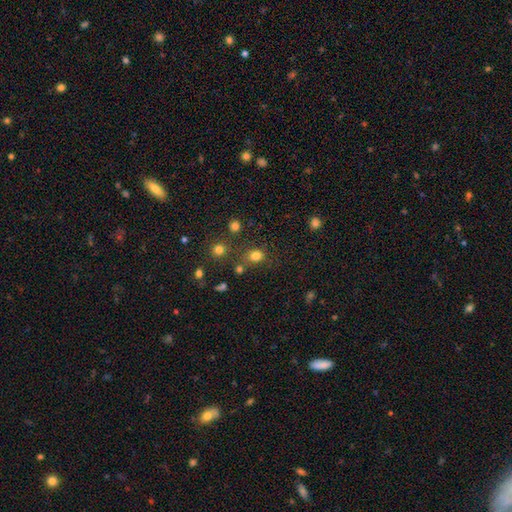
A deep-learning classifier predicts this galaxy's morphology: type=smooth (79%); roundness=round (62%); merging=none (72%).